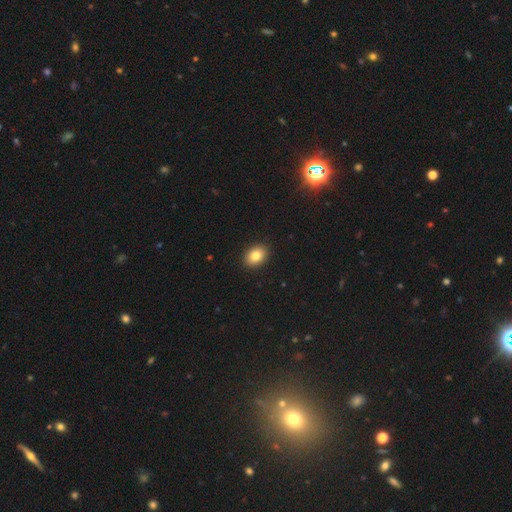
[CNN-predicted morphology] Q: Smooth or featured?
A: smooth (83%); runner-up: star or artifact (9%)
Q: How rounded?
A: in between (68%); runner-up: round (31%)
Q: Merging?
A: none (91%); runner-up: minor disturbance (6%)